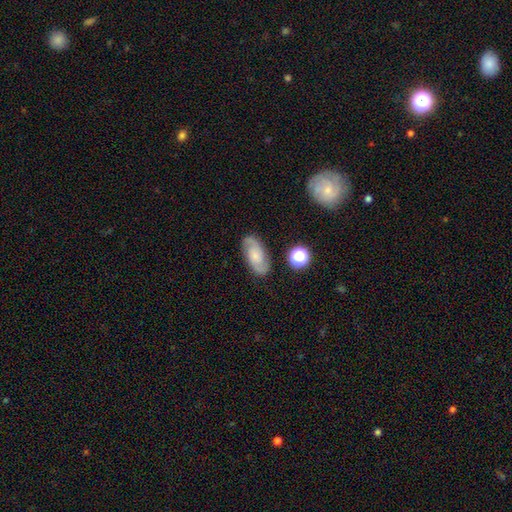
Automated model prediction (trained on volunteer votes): The model was most divided on "spiral winding": medium: 49%, tight: 33%, loose: 19%. Remaining: edge-on disk — no (95%); spiral arms — yes (94%); spiral arm count — 2 (88%); merging — none (83%); smooth or featured — featured or disk (68%); bar — no (64%); bulge size — small (45%).